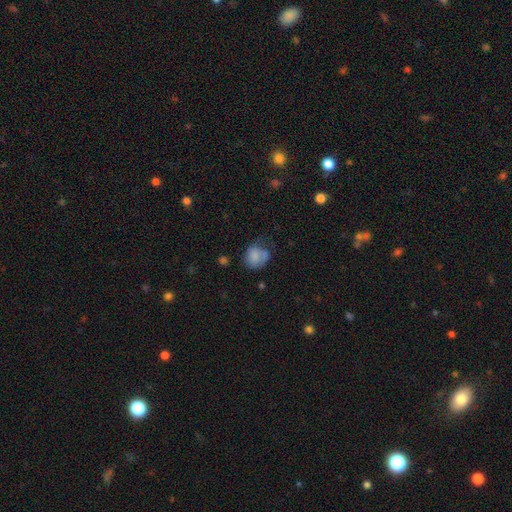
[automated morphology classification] Overall: smooth (72%). How rounded: round (59%; in between 40%). Merging: none (36%; minor disturbance 31%).